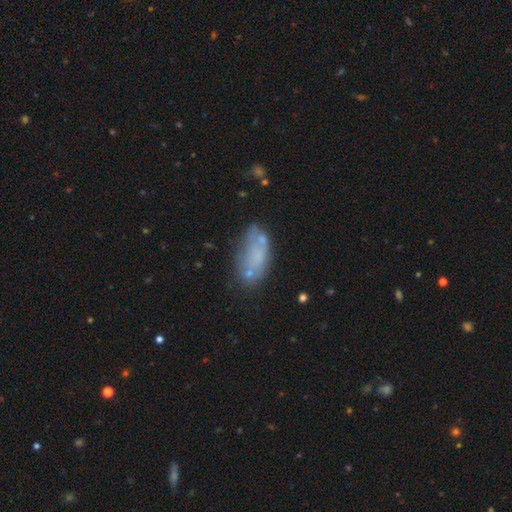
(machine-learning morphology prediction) Smooth or featured: smooth — 55% (featured or disk — 34%)
How rounded: in between — 85% (cigar-shaped — 11%)
Merging: none — 49% (minor disturbance — 23%)